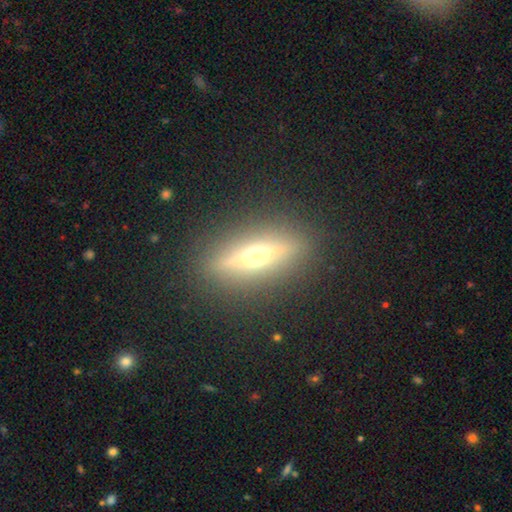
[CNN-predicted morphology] featured or disk 69%, smooth 22%, star or artifact 8%. Down the decision tree: edge-on disk — yes (93%); edge-on bulge — rounded (95%); merging — none (89%).